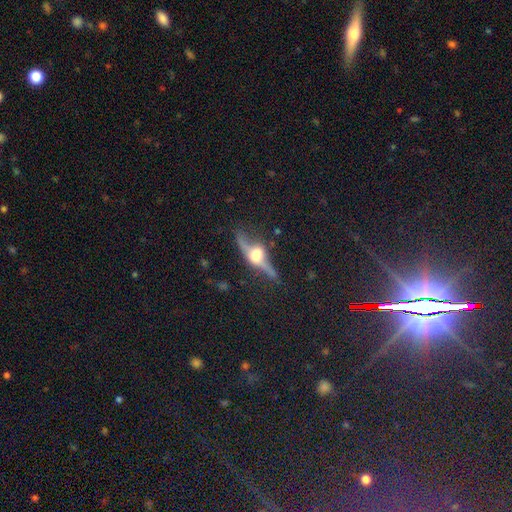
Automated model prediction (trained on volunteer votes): smooth_or_featured: featured or disk (p=0.76) [alt: smooth p=0.14]
disk_edge_on: yes (p=0.80) [alt: no p=0.20]
edge_on_bulge: rounded (p=0.90) [alt: boxy p=0.07]
merging: none (p=0.65) [alt: minor disturbance p=0.19]